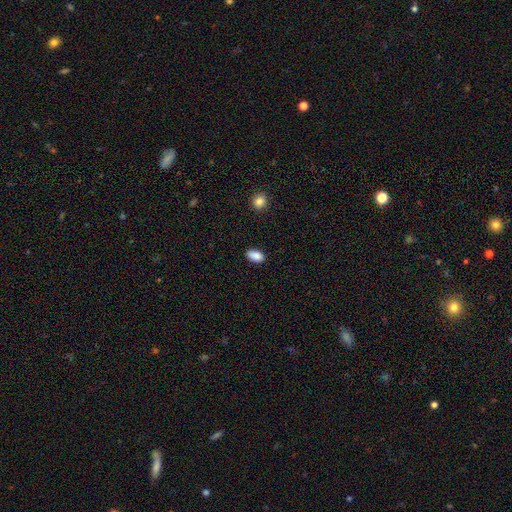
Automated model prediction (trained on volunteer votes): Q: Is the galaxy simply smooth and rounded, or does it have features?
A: smooth — 88%.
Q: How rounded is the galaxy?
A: in between — 92%.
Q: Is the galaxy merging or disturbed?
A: none — 84%.